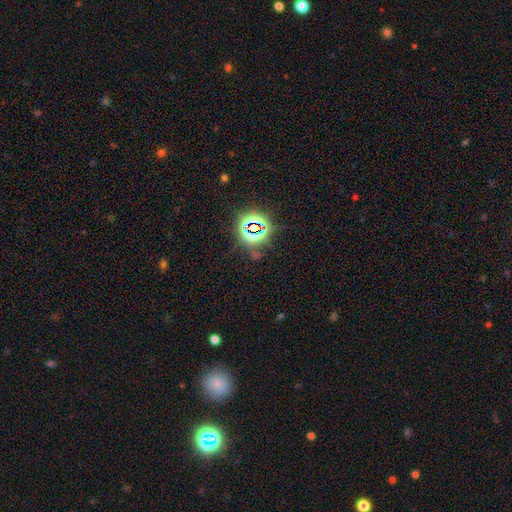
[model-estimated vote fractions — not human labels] A star or artifact, not a galaxy (78%).

Vote fractions:
- Smooth or featured? star or artifact: 78% / smooth: 14% / featured or disk: 8%